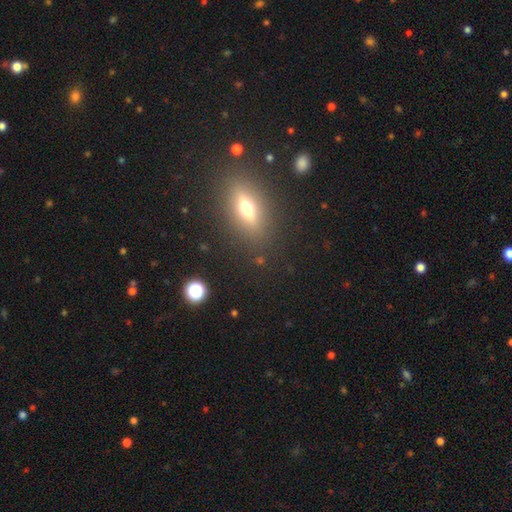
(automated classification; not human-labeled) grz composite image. It shows a smooth galaxy with no disk features (60%) that is in between round and cigar-shaped (78%). Merging: none (88%).